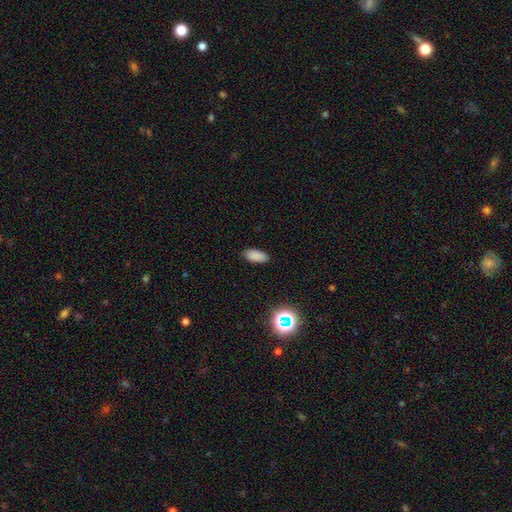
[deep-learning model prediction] Morphology: type=smooth (84%); roundness=in between (88%); merging=none (86%).